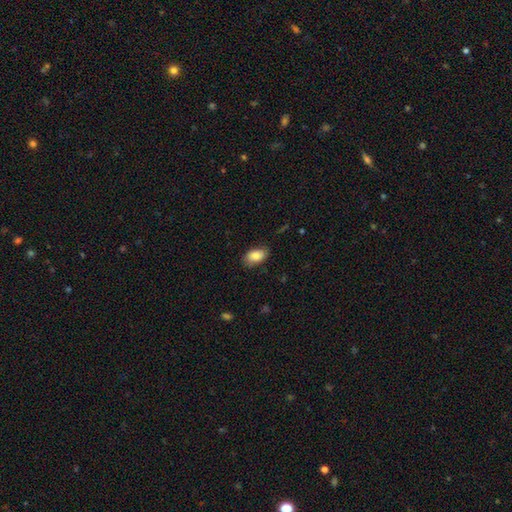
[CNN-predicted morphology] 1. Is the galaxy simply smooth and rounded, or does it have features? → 83% smooth, 10% featured or disk, 7% star or artifact.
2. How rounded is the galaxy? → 92% in between, 6% round, 2% cigar-shaped.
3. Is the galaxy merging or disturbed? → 79% none, 17% minor disturbance, 3% major disturbance, 1% merger.